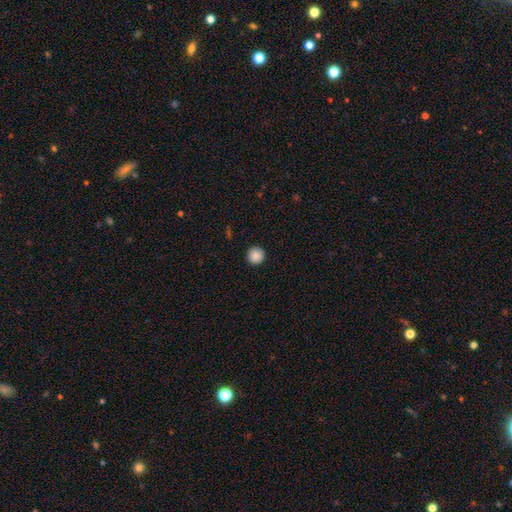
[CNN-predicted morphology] smooth_or_featured: smooth (p=0.89) [alt: star or artifact p=0.09]
how_rounded: round (p=0.96) [alt: in between p=0.03]
merging: none (p=0.93) [alt: minor disturbance p=0.04]